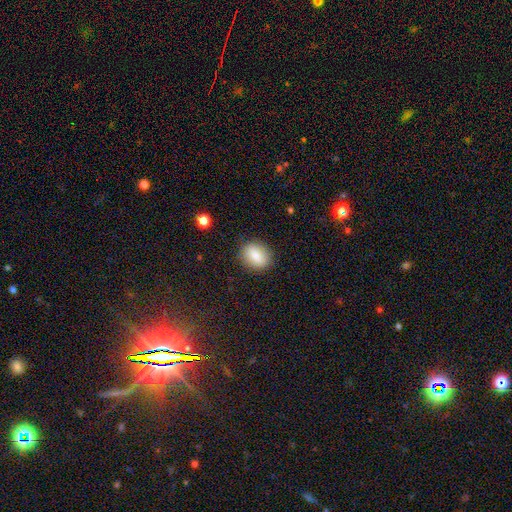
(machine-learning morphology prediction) Overall: smooth (83%). How rounded: in between (58%; round 40%). Merging: none (86%).